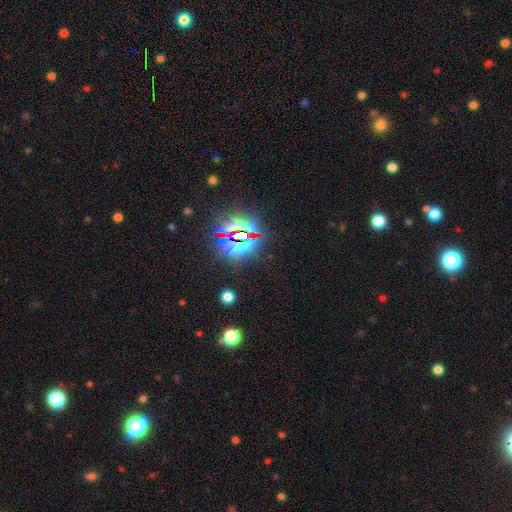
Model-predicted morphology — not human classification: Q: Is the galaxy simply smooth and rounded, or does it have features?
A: star or artifact — 85%.